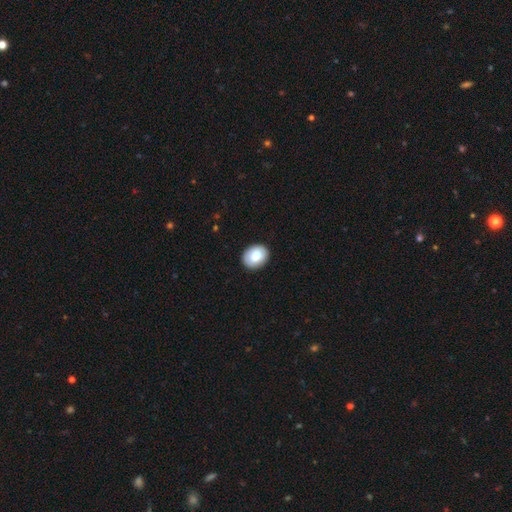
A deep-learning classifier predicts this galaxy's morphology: Smooth or featured? smooth (84%)
How rounded? in between (57%)
Merging? none (89%)